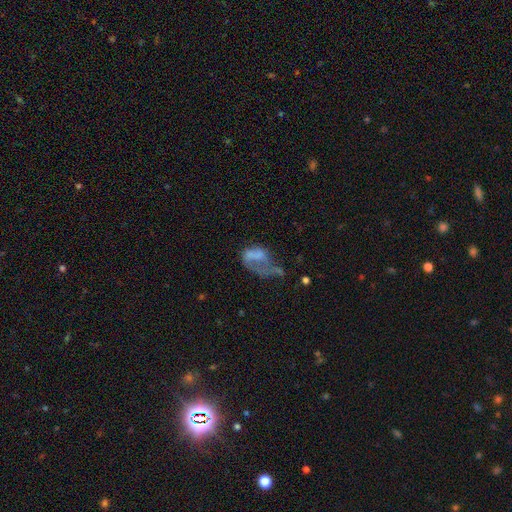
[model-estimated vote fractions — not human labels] smooth-or-featured: smooth: 45% | featured or disk: 43% | star or artifact: 12%
  merging: major disturbance: 56% | minor disturbance: 17% | none: 16% | merger: 12%